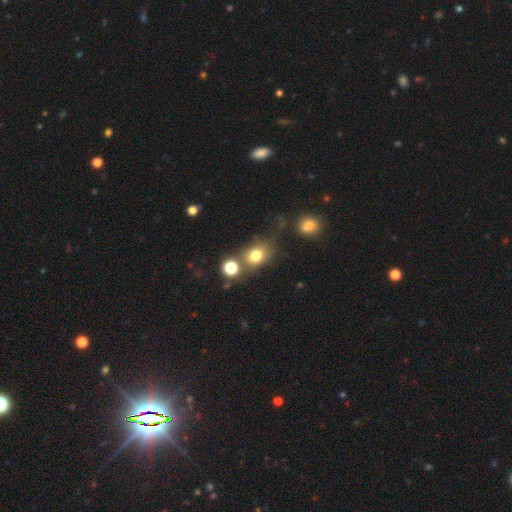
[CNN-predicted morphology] smooth-or-featured: smooth: 76% | star or artifact: 14% | featured or disk: 10%
  how-rounded: round: 53% | in between: 46% | cigar-shaped: 1%
  merging: none: 61% | merger: 17% | minor disturbance: 15% | major disturbance: 7%